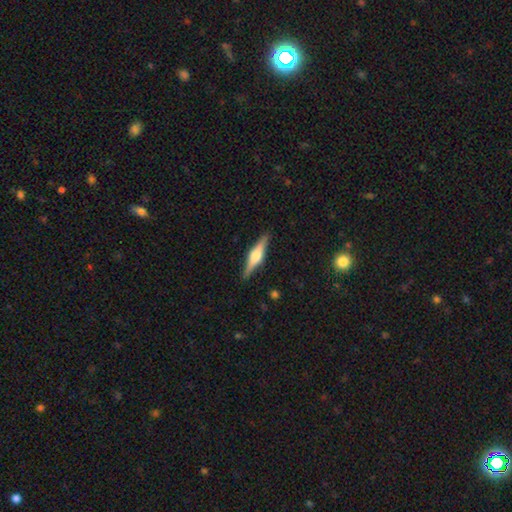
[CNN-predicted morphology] smooth_or_featured: featured or disk (p=0.73) [alt: smooth p=0.22]
disk_edge_on: yes (p=0.98) [alt: no p=0.02]
edge_on_bulge: rounded (p=0.89) [alt: boxy p=0.09]
merging: none (p=0.90) [alt: minor disturbance p=0.07]